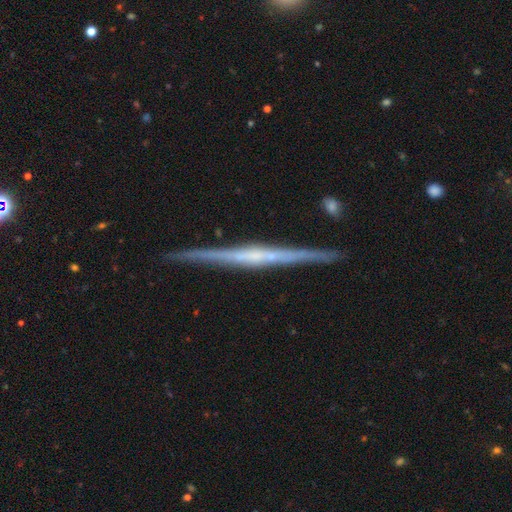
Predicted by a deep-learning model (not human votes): Smooth or featured? featured or disk (81%)
Edge-on disk? yes (98%)
Edge-on bulge? none (50%)
Merging? none (90%)